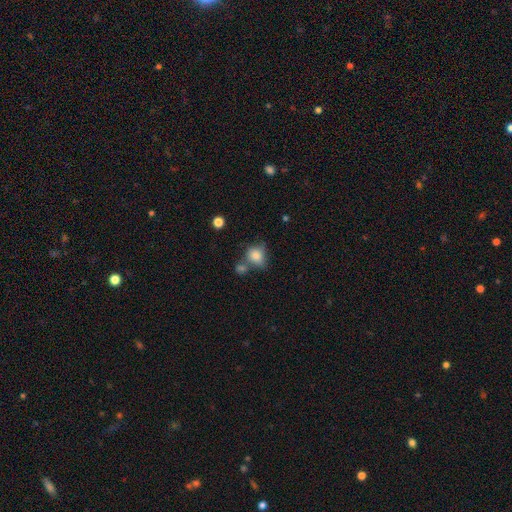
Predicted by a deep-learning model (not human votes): Morphology: type=smooth (80%); roundness=round (54%); merging=none (42%).